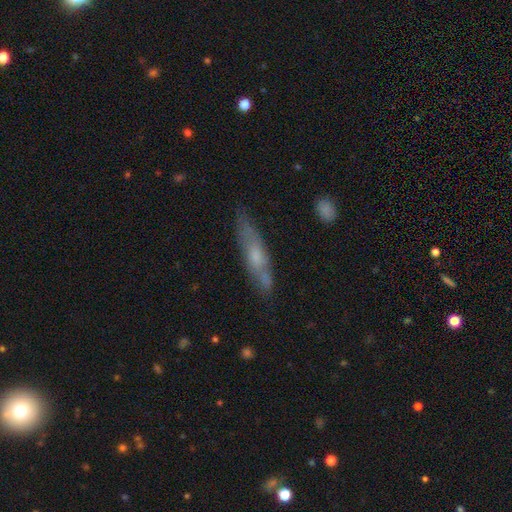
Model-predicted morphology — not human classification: A smooth galaxy with no disk features (48%).

Vote fractions:
- Smooth or featured? smooth: 48% / featured or disk: 46% / star or artifact: 6%
- Merging? none: 72% / minor disturbance: 20% / major disturbance: 5% / merger: 3%